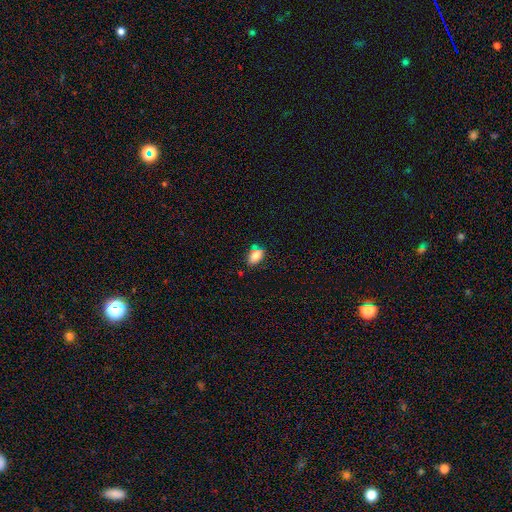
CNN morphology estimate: Smooth or featured: smooth — 81% (star or artifact — 10%)
How rounded: in between — 85% (round — 13%)
Merging: none — 68% (minor disturbance — 20%)